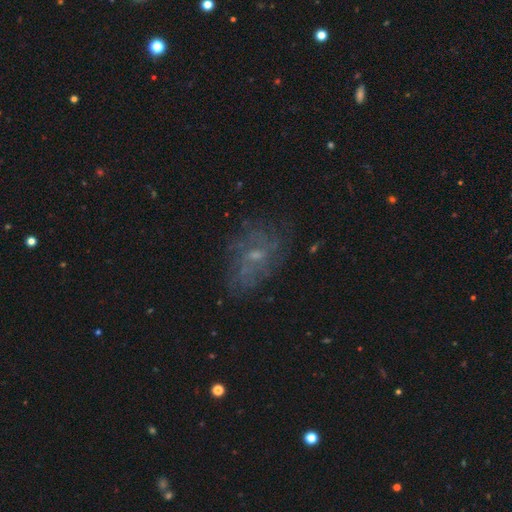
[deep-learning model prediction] Q: Smooth or featured?
A: featured or disk (57%); runner-up: smooth (26%)
Q: Edge-on disk?
A: no (95%); runner-up: yes (5%)
Q: Bar?
A: no (65%); runner-up: weak (31%)
Q: Spiral arms?
A: yes (61%); runner-up: no (39%)
Q: Bulge size?
A: small (60%); runner-up: moderate (27%)
Q: Merging?
A: none (66%); runner-up: minor disturbance (19%)